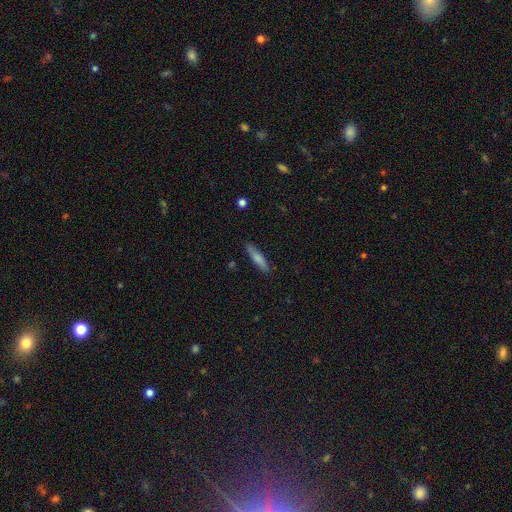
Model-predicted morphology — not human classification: Overall: smooth (62%; featured or disk 30%). How rounded: cigar-shaped (86%). Merging: none (88%).